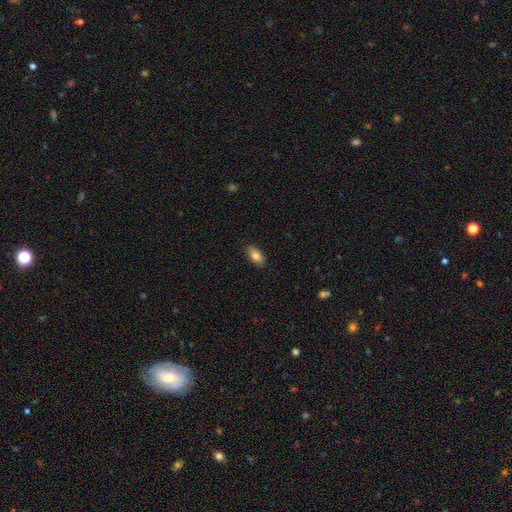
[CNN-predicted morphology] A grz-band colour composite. It shows a smooth galaxy with no disk features (83%) that is in between round and cigar-shaped (91%). Merging: none (88%).